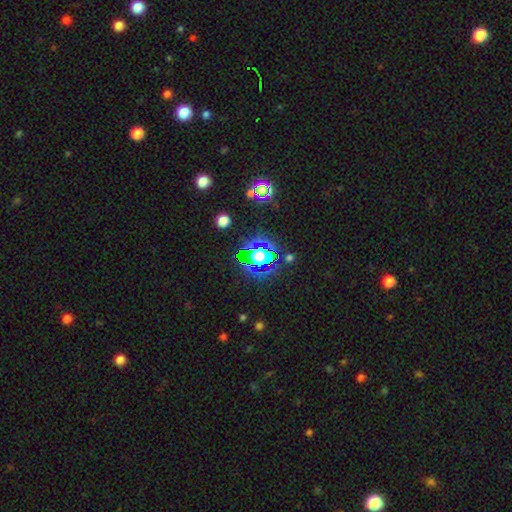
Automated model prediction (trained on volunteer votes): Overall: star or artifact (53%; smooth 32%).